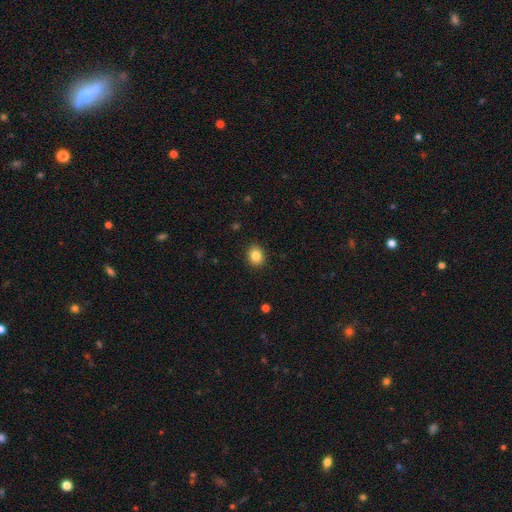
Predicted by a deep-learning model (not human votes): This is clearly a smooth galaxy (85%). How rounded: likely round (68%). Merging: clearly none (90%).